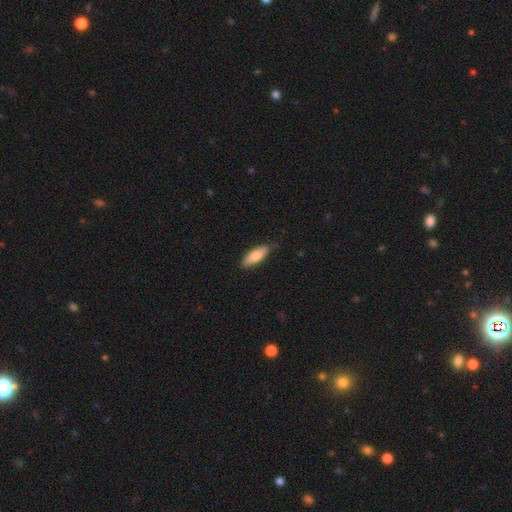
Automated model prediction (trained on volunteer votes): smooth_or_featured: smooth (p=0.79) [alt: featured or disk p=0.15]
how_rounded: in between (p=0.61) [alt: cigar-shaped p=0.37]
merging: none (p=0.80) [alt: minor disturbance p=0.17]